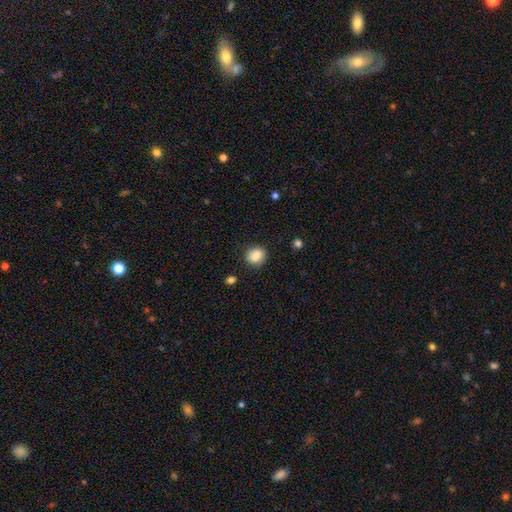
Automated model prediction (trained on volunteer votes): Smooth or featured: smooth — 87% (star or artifact — 9%)
How rounded: round — 68% (in between — 31%)
Merging: none — 83% (minor disturbance — 12%)